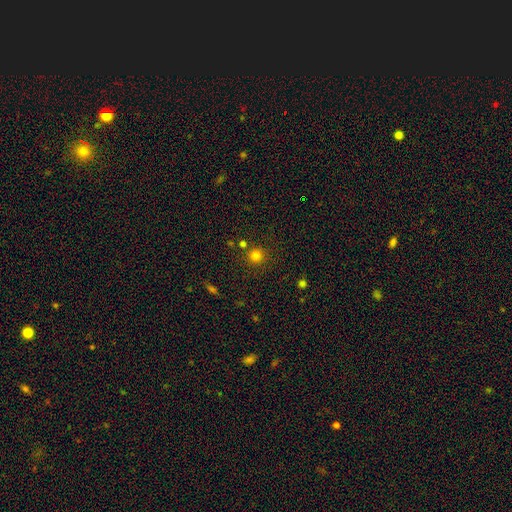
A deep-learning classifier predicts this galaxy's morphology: Smooth or featured? smooth (79%)
How rounded? round (93%)
Merging? none (83%)